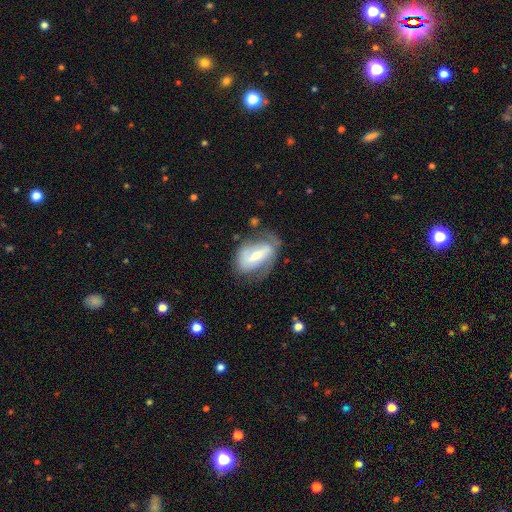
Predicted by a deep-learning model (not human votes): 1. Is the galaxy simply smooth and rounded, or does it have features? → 70% featured or disk, 24% smooth, 6% star or artifact.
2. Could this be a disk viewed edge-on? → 92% no, 8% yes.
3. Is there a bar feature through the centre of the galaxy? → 56% strong, 31% weak, 13% no.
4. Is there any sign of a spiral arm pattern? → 74% yes, 26% no.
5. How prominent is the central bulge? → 49% moderate, 43% small, 4% large, 2% none, 1% dominant.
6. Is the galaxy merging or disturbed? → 57% none, 26% minor disturbance, 15% major disturbance, 2% merger.